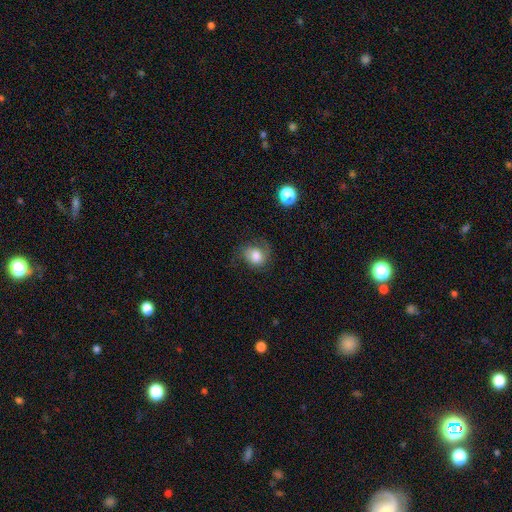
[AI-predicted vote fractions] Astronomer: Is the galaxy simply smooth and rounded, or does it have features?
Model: smooth — 72%.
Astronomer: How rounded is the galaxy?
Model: round — 59% (runner-up: in between, 40%).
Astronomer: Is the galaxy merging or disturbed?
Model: none — 58%.